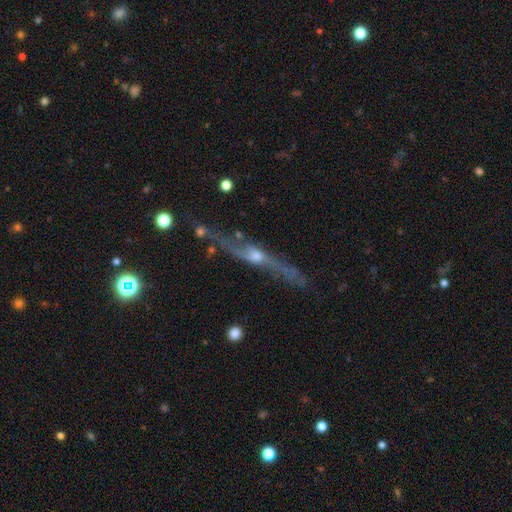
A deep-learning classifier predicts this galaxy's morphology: smooth_or_featured: featured or disk (p=0.78) [alt: smooth p=0.14]
disk_edge_on: yes (p=0.82) [alt: no p=0.18]
edge_on_bulge: rounded (p=0.83) [alt: none p=0.11]
merging: none (p=0.61) [alt: minor disturbance p=0.21]